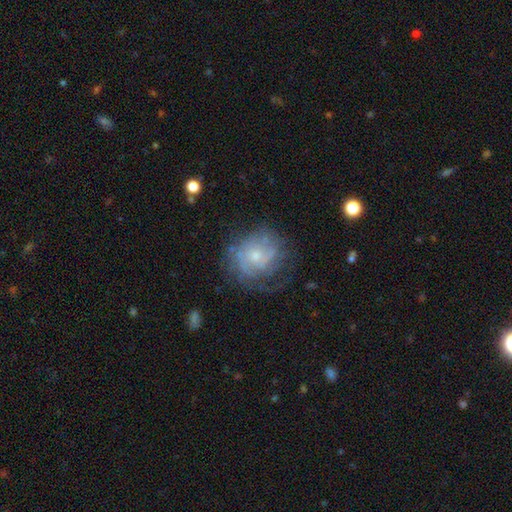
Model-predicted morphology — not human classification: smooth_or_featured: featured or disk (p=0.62) [alt: smooth p=0.29]
disk_edge_on: no (p=0.97) [alt: yes p=0.03]
bar: no (p=0.77) [alt: weak p=0.21]
has_spiral_arms: yes (p=0.72) [alt: no p=0.28]
bulge_size: small (p=0.52) [alt: moderate p=0.39]
merging: none (p=0.55) [alt: minor disturbance p=0.23]